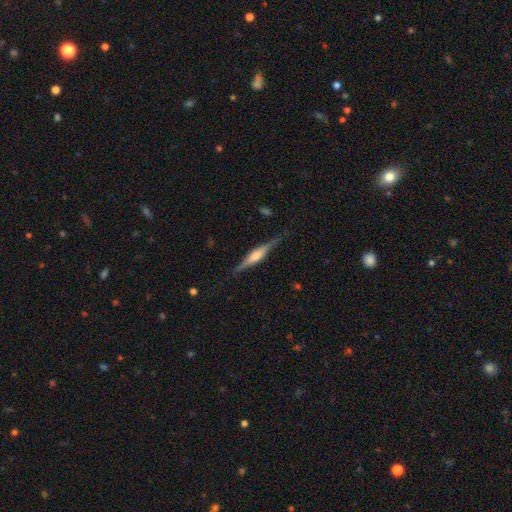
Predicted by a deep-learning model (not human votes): Morphology: type=featured or disk (74%); edge-on=yes (97%); edge-on bulge=rounded (70%); merging=none (85%).